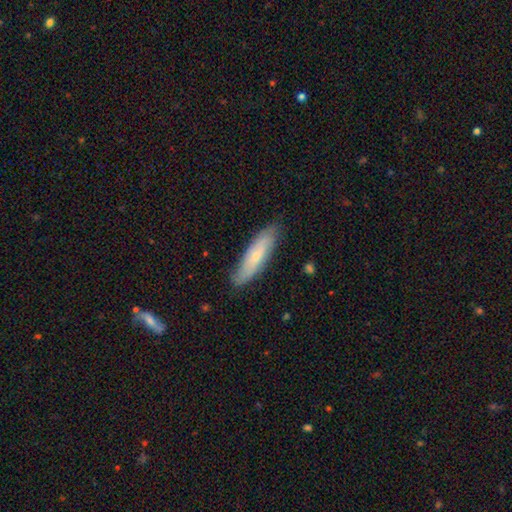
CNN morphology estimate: The model was most divided on "smooth or featured": smooth: 52%, featured or disk: 42%, star or artifact: 6%. More confident: merging — none (82%); how rounded — cigar-shaped (67%).